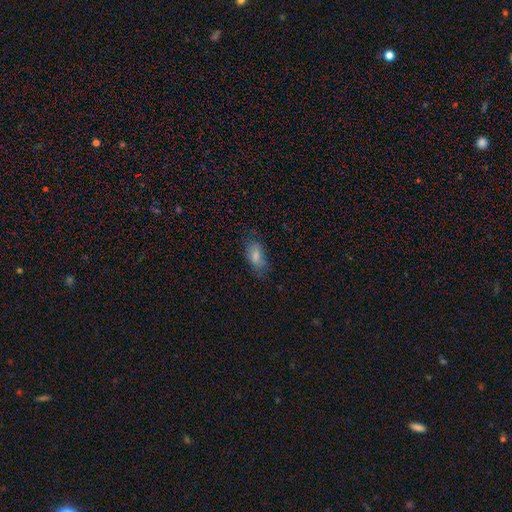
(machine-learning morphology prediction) Smooth or featured?
  - smooth: 78% *
  - featured or disk: 13%
  - star or artifact: 9%
How rounded?
  - in between: 89% *
  - cigar-shaped: 6%
  - round: 5%
Merging?
  - none: 62% *
  - minor disturbance: 25%
  - major disturbance: 11%
  - merger: 2%